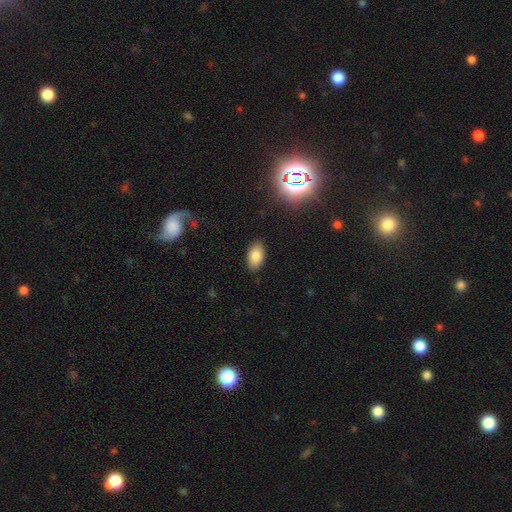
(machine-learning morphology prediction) Smooth or featured: smooth — 82% (star or artifact — 10%)
How rounded: in between — 93% (round — 5%)
Merging: none — 87% (minor disturbance — 10%)